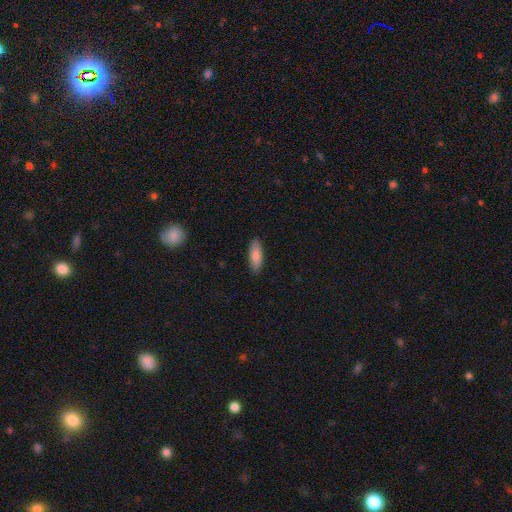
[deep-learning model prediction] smooth_or_featured: smooth (p=0.84) [alt: featured or disk p=0.11]
how_rounded: in between (p=0.61) [alt: cigar-shaped p=0.37]
merging: none (p=0.88) [alt: minor disturbance p=0.09]